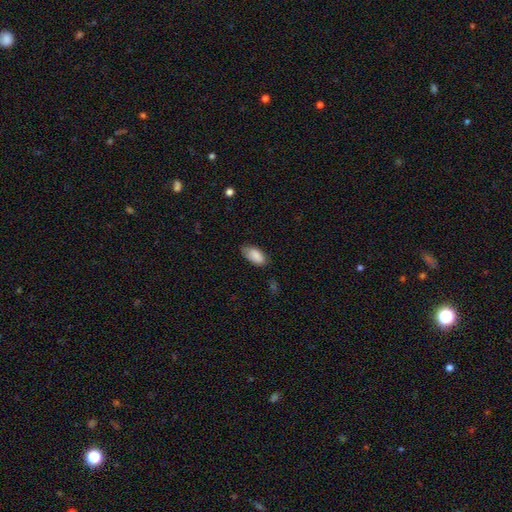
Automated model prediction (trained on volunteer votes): A smooth galaxy with no disk features (87%) that is in between round and cigar-shaped (93%).

Vote fractions:
- Smooth or featured? smooth: 87% / star or artifact: 7% / featured or disk: 6%
- How rounded? in between: 93% / cigar-shaped: 4% / round: 2%
- Merging? none: 71% / minor disturbance: 24% / major disturbance: 4% / merger: 1%